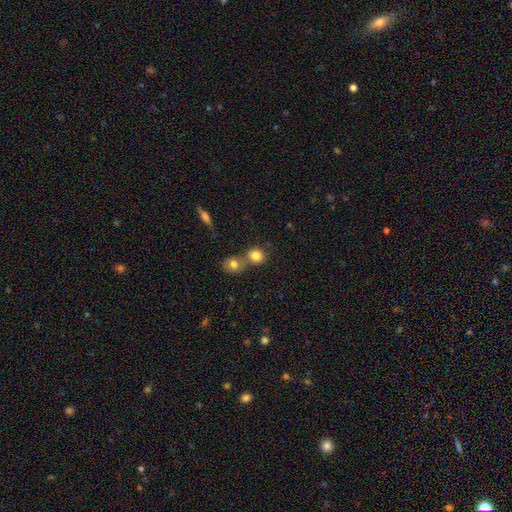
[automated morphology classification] Smooth or featured: smooth — 81% (star or artifact — 10%)
How rounded: round — 81% (in between — 17%)
Merging: none — 45% (merger — 44%)